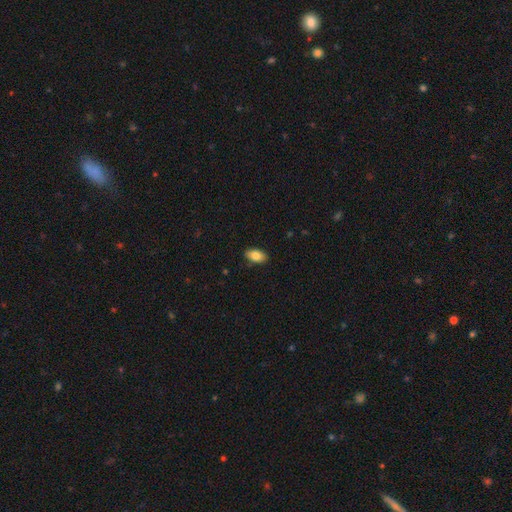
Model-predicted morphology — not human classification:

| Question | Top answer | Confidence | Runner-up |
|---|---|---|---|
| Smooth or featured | smooth | 84% | featured or disk (9%) |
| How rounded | in between | 92% | round (5%) |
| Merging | none | 87% | minor disturbance (10%) |